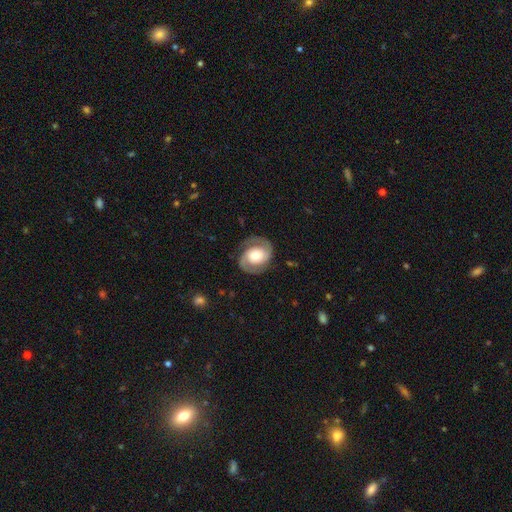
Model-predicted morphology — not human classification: Q: Smooth or featured?
A: featured or disk (85%); runner-up: smooth (10%)
Q: Edge-on disk?
A: no (98%); runner-up: yes (2%)
Q: Bar?
A: no (58%); runner-up: weak (30%)
Q: Spiral arms?
A: yes (96%); runner-up: no (4%)
Q: Spiral winding?
A: medium (46%); runner-up: tight (41%)
Q: Spiral arm count?
A: 2 (92%); runner-up: can't tell (3%)
Q: Bulge size?
A: moderate (56%); runner-up: large (26%)
Q: Merging?
A: none (80%); runner-up: minor disturbance (13%)